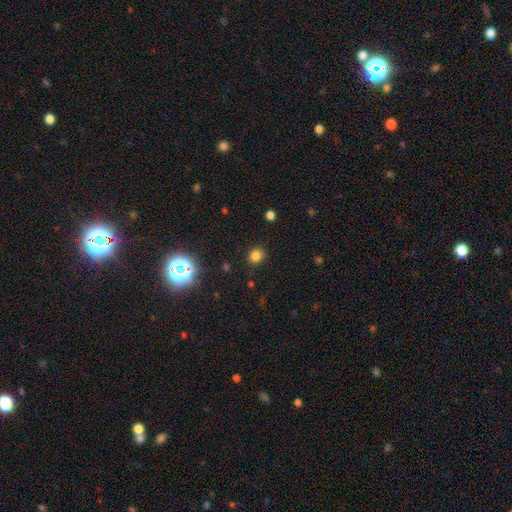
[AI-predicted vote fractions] smooth-or-featured: smooth: 79% | star or artifact: 16% | featured or disk: 5%
  how-rounded: round: 76% | in between: 23% | cigar-shaped: 1%
  merging: none: 88% | minor disturbance: 8% | major disturbance: 3% | merger: 1%